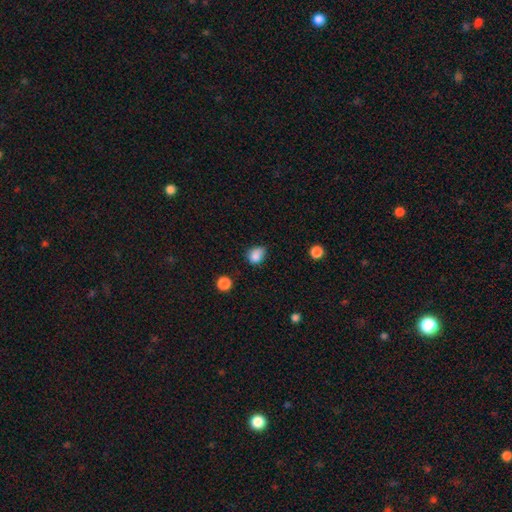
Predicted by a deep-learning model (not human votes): Smooth or featured? Predicted: smooth (p=0.84). How rounded? Predicted: in between (p=0.53). Merging? Predicted: none (p=0.51).